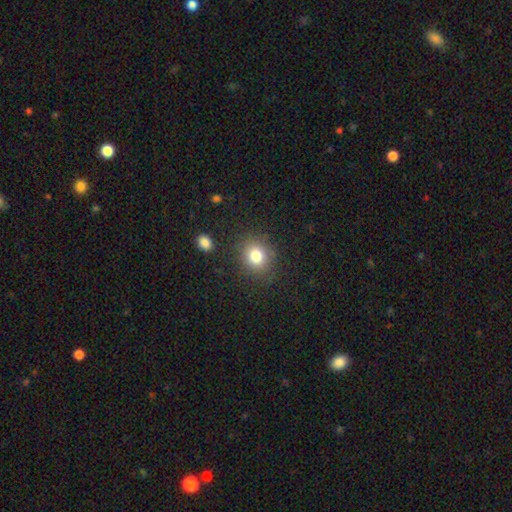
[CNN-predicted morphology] This appears to be a smooth galaxy with no disk features (79%) that is round (78%). Merging: none (84%).